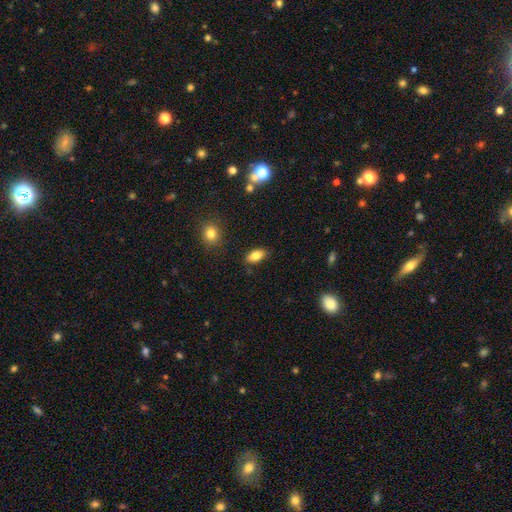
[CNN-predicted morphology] Smooth or featured?
  - smooth: 83% *
  - featured or disk: 9%
  - star or artifact: 8%
How rounded?
  - in between: 90% *
  - round: 5%
  - cigar-shaped: 5%
Merging?
  - none: 85% *
  - minor disturbance: 11%
  - major disturbance: 2%
  - merger: 2%